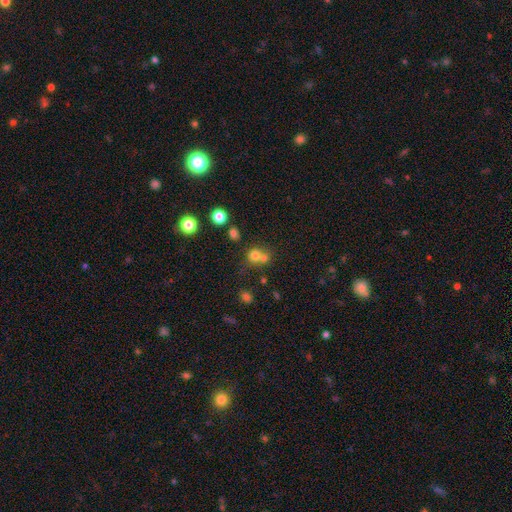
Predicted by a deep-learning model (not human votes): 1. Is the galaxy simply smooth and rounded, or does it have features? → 71% smooth, 17% star or artifact, 12% featured or disk.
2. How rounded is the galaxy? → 83% round, 16% in between, 1% cigar-shaped.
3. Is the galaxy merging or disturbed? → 48% merger, 42% none, 6% minor disturbance, 3% major disturbance.